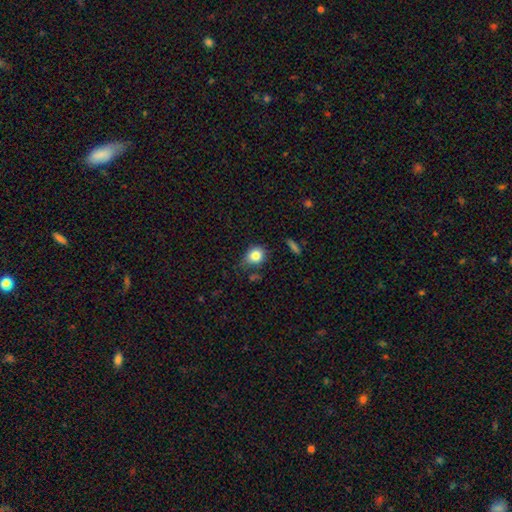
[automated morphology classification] Q: Smooth or featured?
A: smooth (82%); runner-up: star or artifact (10%)
Q: How rounded?
A: round (72%); runner-up: in between (27%)
Q: Merging?
A: none (66%); runner-up: minor disturbance (24%)